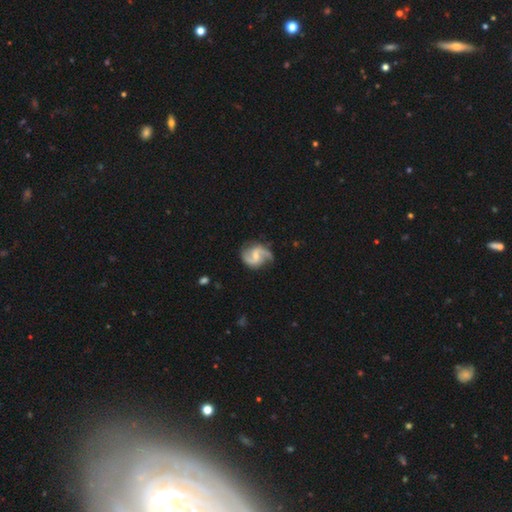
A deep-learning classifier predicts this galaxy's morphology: This is clearly a featured or disk galaxy (88%). It is clearly not viewed edge-on (98%). Bar: possibly weak (53%). Spiral arm pattern: clearly yes (97%). Spiral arm count: clearly 2 (92%). Spiral winding: possibly loose (46%). Central bulge: possibly small (50%). Merging: likely none (75%).